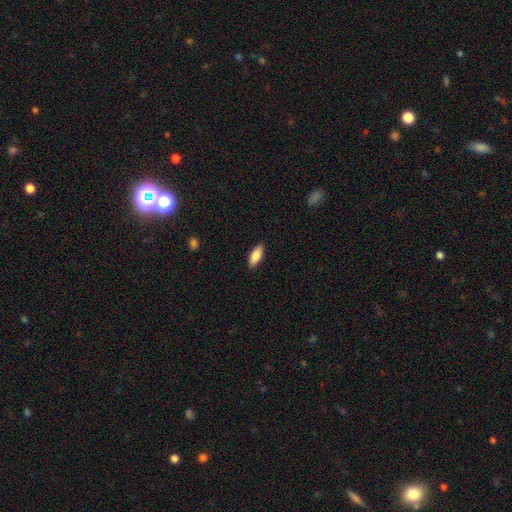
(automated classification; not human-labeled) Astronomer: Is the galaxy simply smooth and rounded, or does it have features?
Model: smooth — 83%.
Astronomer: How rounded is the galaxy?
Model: in between — 74%.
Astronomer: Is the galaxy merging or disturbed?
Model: none — 88%.